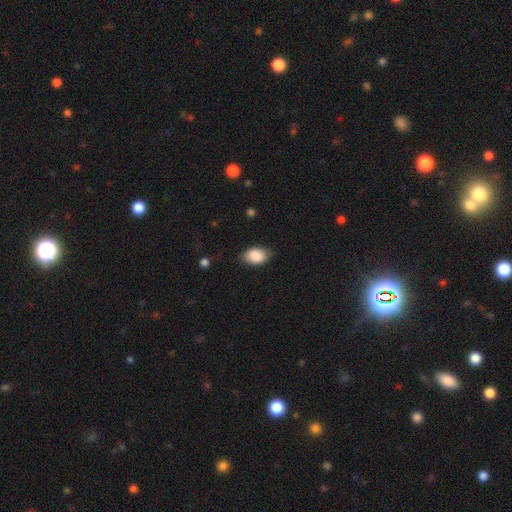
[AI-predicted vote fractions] Morphology: type=smooth (87%); roundness=in between (88%); merging=none (78%).